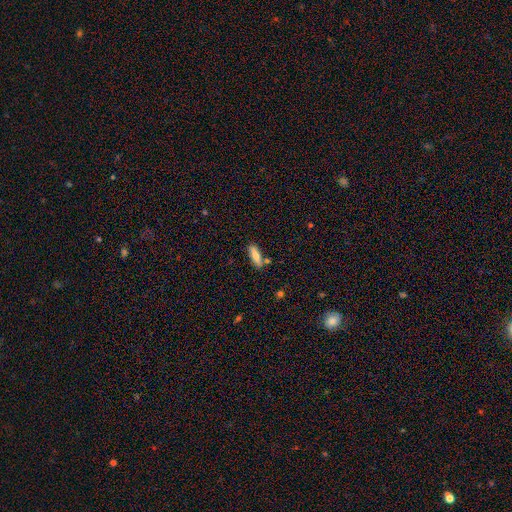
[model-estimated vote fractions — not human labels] A smooth galaxy with no disk features (77%) that is cigar-shaped (59%). Merging: none (77%).